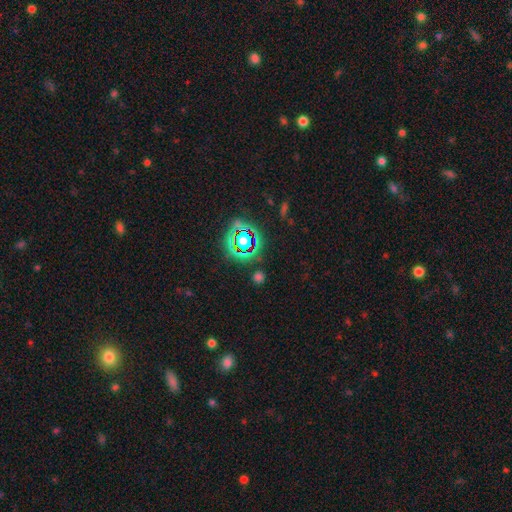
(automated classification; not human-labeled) A star or artifact, not a galaxy (76%).